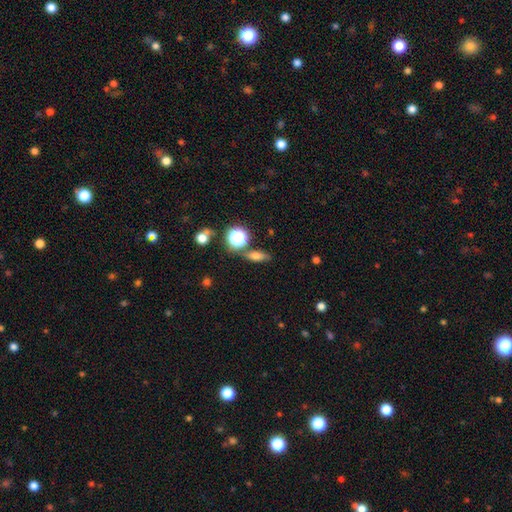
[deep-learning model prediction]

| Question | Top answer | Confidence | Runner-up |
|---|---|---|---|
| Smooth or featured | smooth | 64% | featured or disk (18%) |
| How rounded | in between | 54% | cigar-shaped (27%) |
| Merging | none | 76% | minor disturbance (13%) |